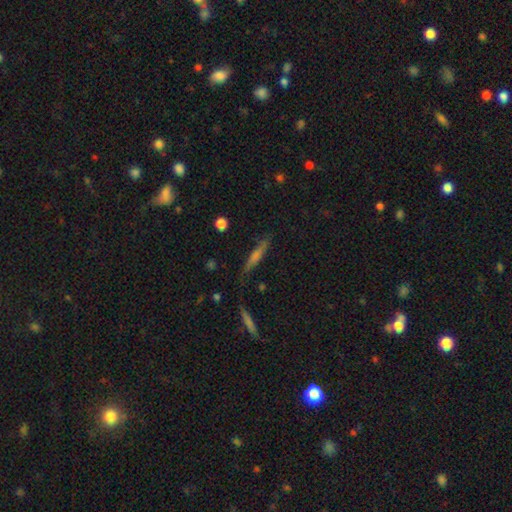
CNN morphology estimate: Overall: smooth (51%; featured or disk 39%). How rounded: cigar-shaped (89%). Merging: none (81%).